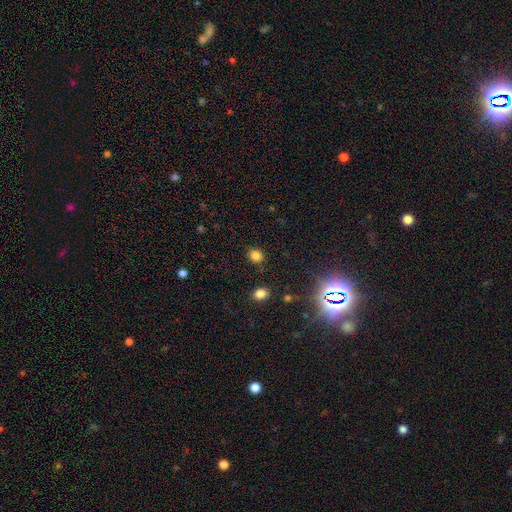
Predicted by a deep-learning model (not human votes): This appears to be a smooth galaxy with no disk features (80%) that is round (73%). Merging: none (85%).